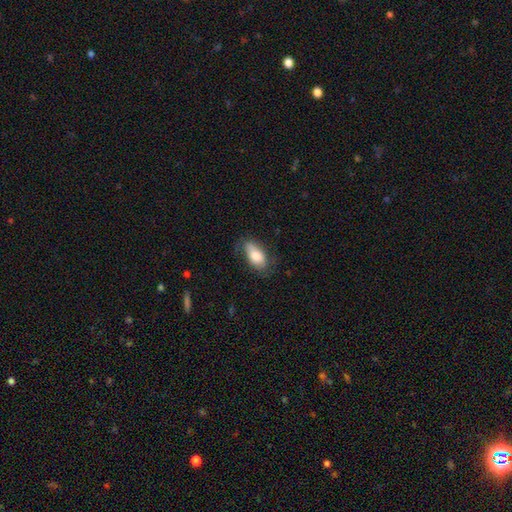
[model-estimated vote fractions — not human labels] Smooth or featured? smooth (75%)
How rounded? in between (90%)
Merging? none (64%)